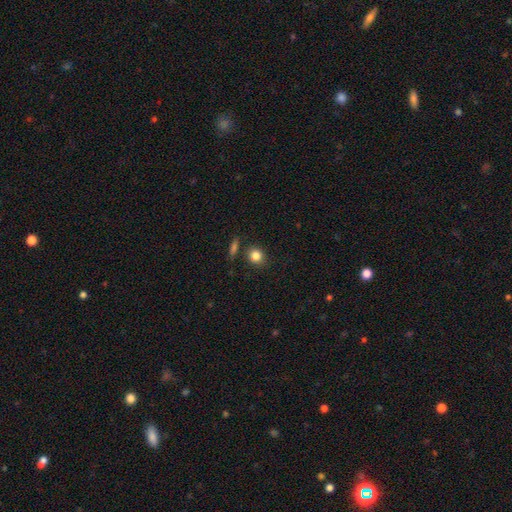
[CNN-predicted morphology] Smooth or featured? Predicted: smooth (p=0.83). How rounded? Predicted: round (p=0.80). Merging? Predicted: none (p=0.80).